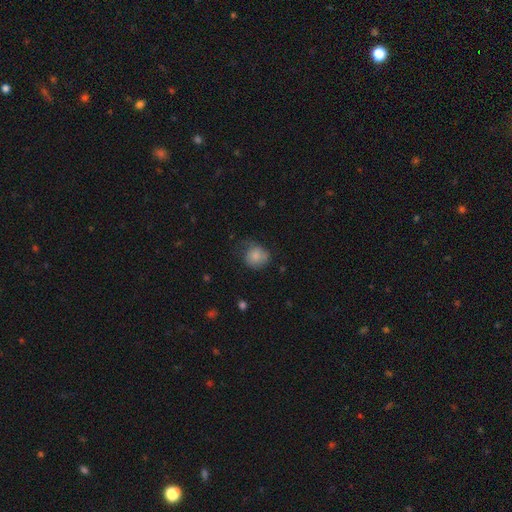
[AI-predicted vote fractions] Smooth or featured? Predicted: smooth (p=0.81). How rounded? Predicted: round (p=0.73). Merging? Predicted: none (p=0.49).